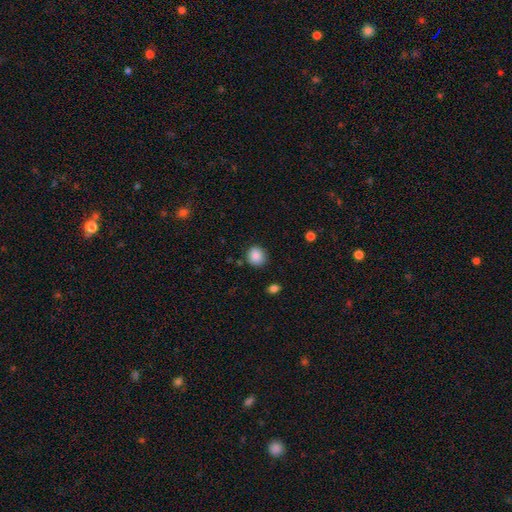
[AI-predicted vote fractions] Smooth or featured?
  - smooth: 87% *
  - star or artifact: 9%
  - featured or disk: 4%
How rounded?
  - round: 84% *
  - in between: 16%
  - cigar-shaped: 1%
Merging?
  - none: 86% *
  - minor disturbance: 10%
  - major disturbance: 3%
  - merger: 2%